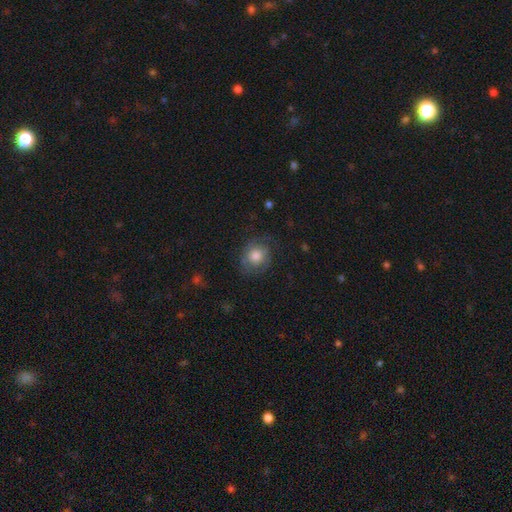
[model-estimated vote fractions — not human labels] A smooth galaxy with no disk features (65%) that is round (74%).

Vote fractions:
- Smooth or featured? smooth: 65% / featured or disk: 26% / star or artifact: 9%
- How rounded? round: 74% / in between: 25% / cigar-shaped: 1%
- Merging? none: 65% / minor disturbance: 22% / major disturbance: 12% / merger: 1%